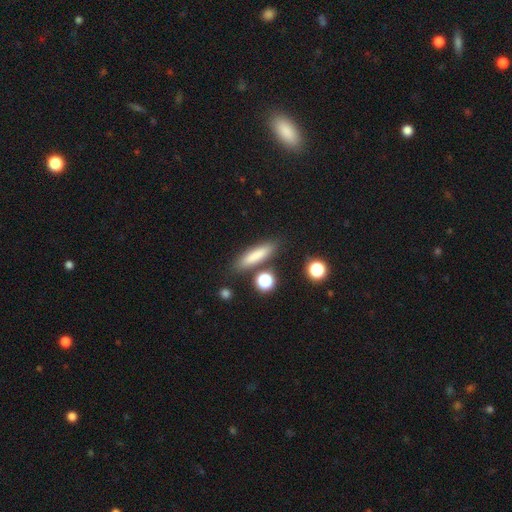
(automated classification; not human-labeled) The model was most divided on "how rounded": cigar-shaped: 72%, in between: 24%, round: 4%. More confident: merging — none (81%); smooth or featured — smooth (79%).